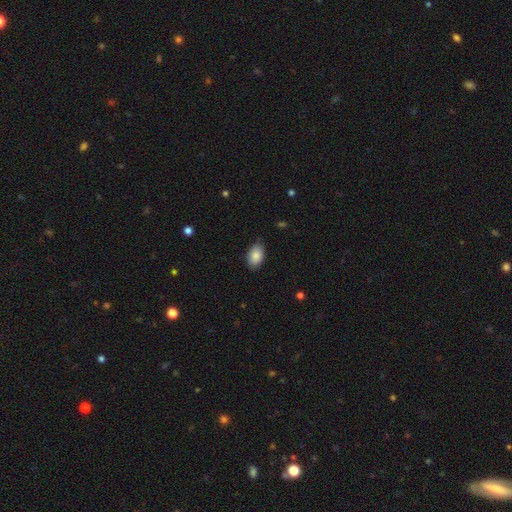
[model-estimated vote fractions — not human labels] A smooth galaxy with no disk features (87%) that is in between round and cigar-shaped (91%). Merging: none (79%).